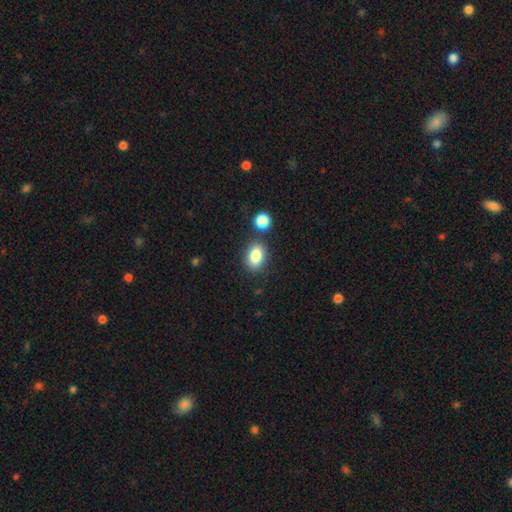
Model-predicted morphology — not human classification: smooth 84%, star or artifact 9%, featured or disk 8%. Down the decision tree: how rounded — in between (78%); merging — none (76%).